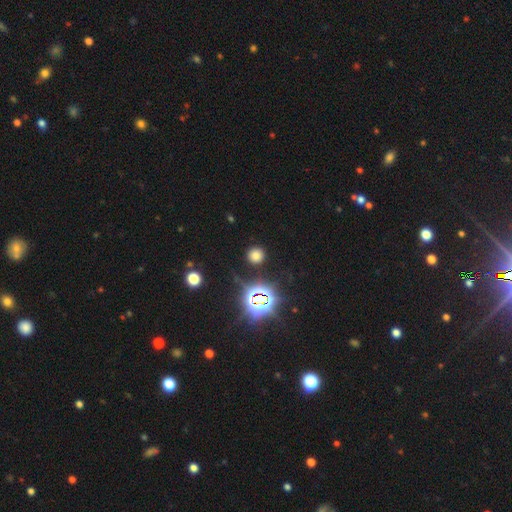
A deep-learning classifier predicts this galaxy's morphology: Overall: smooth (66%; star or artifact 27%). How rounded: round (92%). Merging: none (88%).